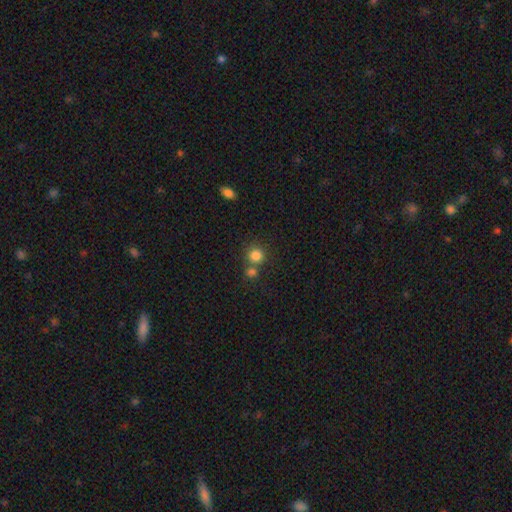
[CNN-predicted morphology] Overall: smooth (82%). How rounded: round (89%). Merging: none (60%; merger 28%).